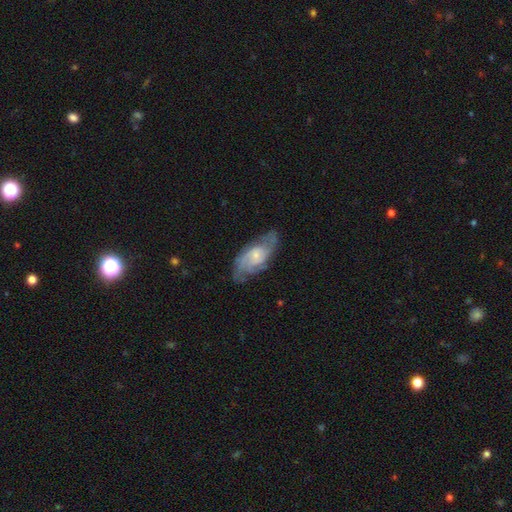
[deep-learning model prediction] smooth-or-featured: featured or disk: 76% | smooth: 18% | star or artifact: 6%
  disk-edge-on: no: 94% | yes: 6%
    bar: no: 63% | weak: 32% | strong: 5%
    has-spiral-arms: yes: 93% | no: 7%
      spiral-winding: medium: 46% | tight: 36% | loose: 18%
      spiral-arm-count: 2: 44% | can't tell: 27% | 3: 16% | 4: 6% | 1: 4% | more than 4: 4%
    bulge-size: small: 63% | moderate: 28% | none: 5% | large: 3% | dominant: 1%
  merging: none: 67% | minor disturbance: 22% | major disturbance: 10% | merger: 1%